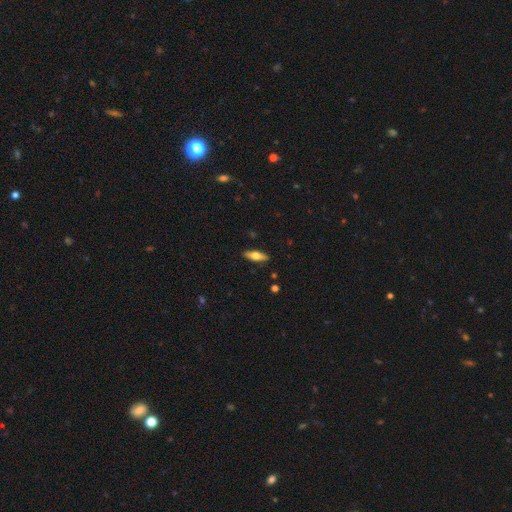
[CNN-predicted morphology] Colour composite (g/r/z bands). It shows a smooth galaxy with no disk features (54%) that is in between round and cigar-shaped (53%). Merging: none (89%).